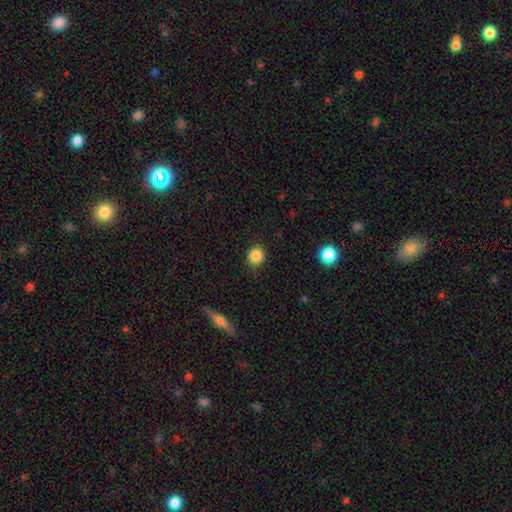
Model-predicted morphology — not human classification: Q: Smooth or featured?
A: smooth (86%); runner-up: star or artifact (10%)
Q: How rounded?
A: round (88%); runner-up: in between (11%)
Q: Merging?
A: none (86%); runner-up: minor disturbance (11%)